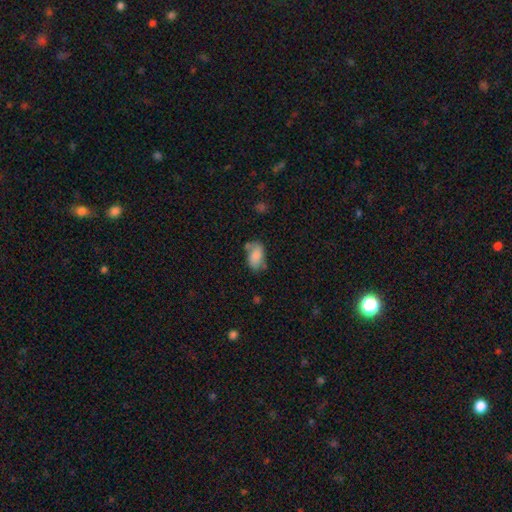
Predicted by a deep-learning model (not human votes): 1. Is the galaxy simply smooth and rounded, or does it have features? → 80% smooth, 12% featured or disk, 8% star or artifact.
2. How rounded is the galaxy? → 91% in between, 7% round, 2% cigar-shaped.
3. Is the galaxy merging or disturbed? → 51% none, 26% minor disturbance, 13% merger, 10% major disturbance.